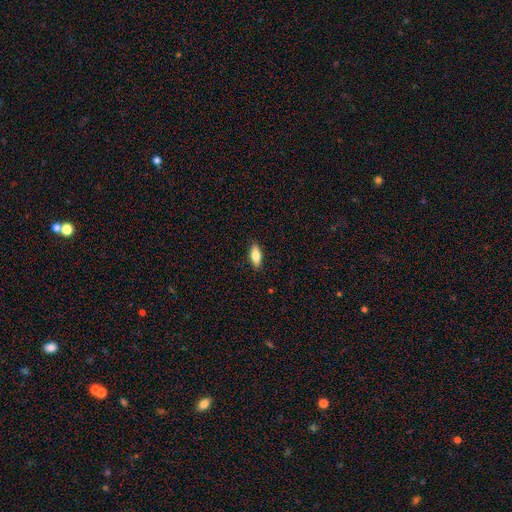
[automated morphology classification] This appears to be a smooth galaxy with no disk features (79%) that is in between round and cigar-shaped (81%). Merging: none (87%).